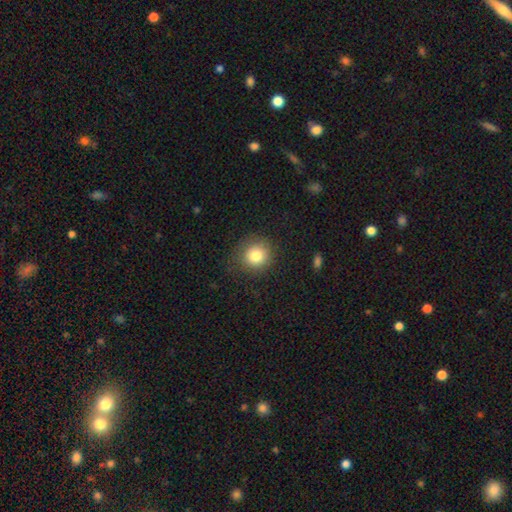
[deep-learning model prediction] This is clearly a smooth galaxy (81%). How rounded: clearly round (89%). Merging: clearly none (83%).